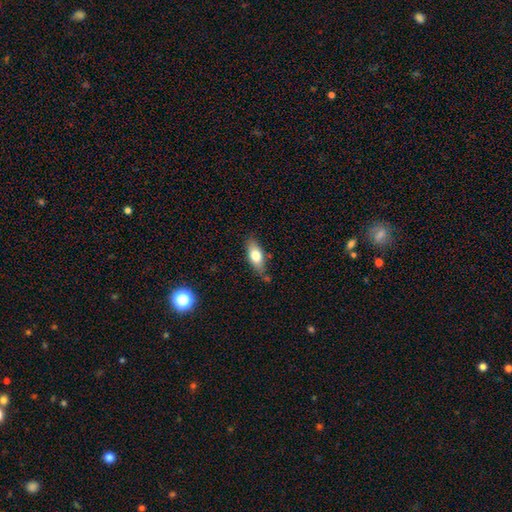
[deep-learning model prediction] The model was most divided on "smooth or featured": smooth: 72%, featured or disk: 22%, star or artifact: 7%. More confident: how rounded — in between (81%); merging — none (74%).